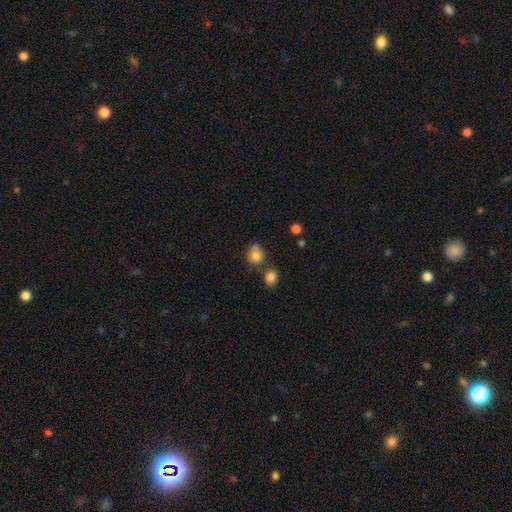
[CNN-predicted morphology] Smooth or featured? Predicted: smooth (p=0.79). How rounded? Predicted: round (p=0.82). Merging? Predicted: none (p=0.56).